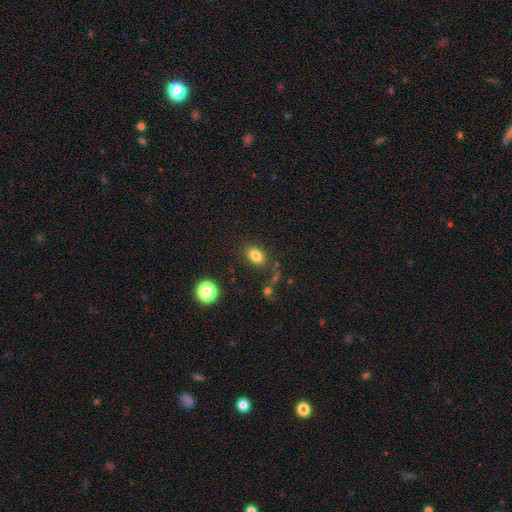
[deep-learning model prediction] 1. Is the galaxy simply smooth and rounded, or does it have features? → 81% smooth, 11% star or artifact, 8% featured or disk.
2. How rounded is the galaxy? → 81% in between, 18% round, 2% cigar-shaped.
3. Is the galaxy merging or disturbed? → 76% none, 12% minor disturbance, 6% merger, 6% major disturbance.